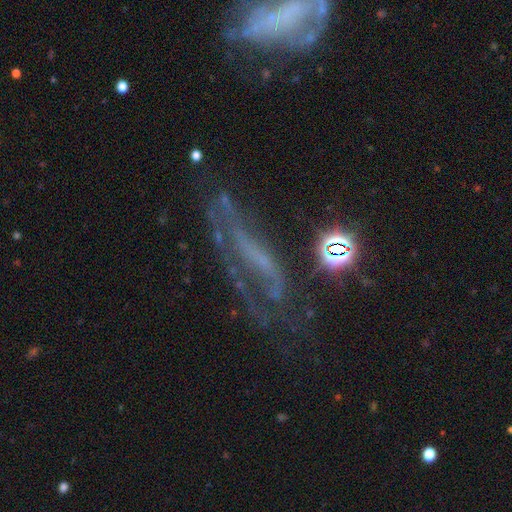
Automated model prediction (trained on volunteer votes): Smooth or featured? featured or disk (66%)
Edge-on disk? no (77%)
Bar? no (41%)
Spiral arms? yes (67%)
Bulge size? none (54%)
Merging? none (45%)